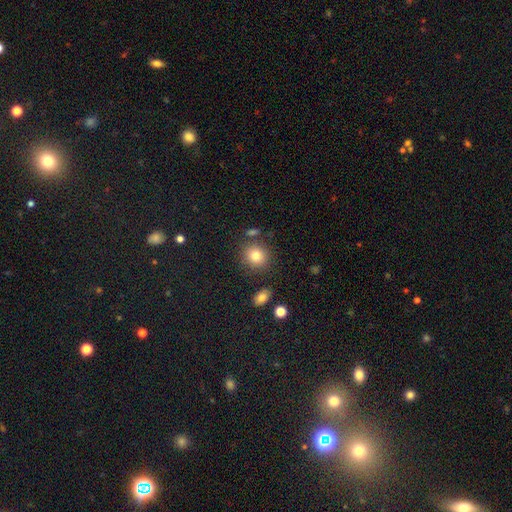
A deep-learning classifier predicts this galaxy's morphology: Overall: smooth (81%). How rounded: round (84%). Merging: none (81%).